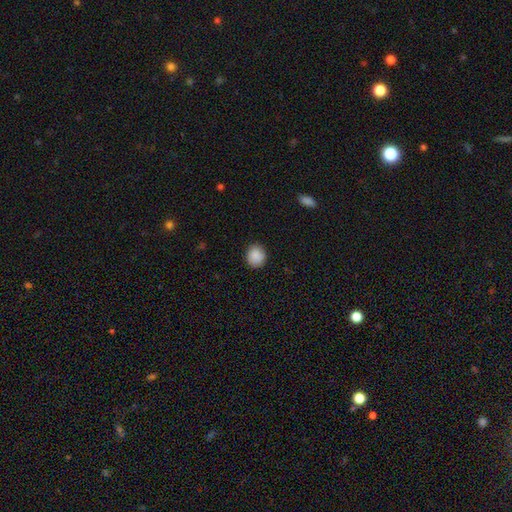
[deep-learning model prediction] smooth 89%, star or artifact 8%, featured or disk 3%. Down the decision tree: how rounded — round (82%); merging — none (88%).